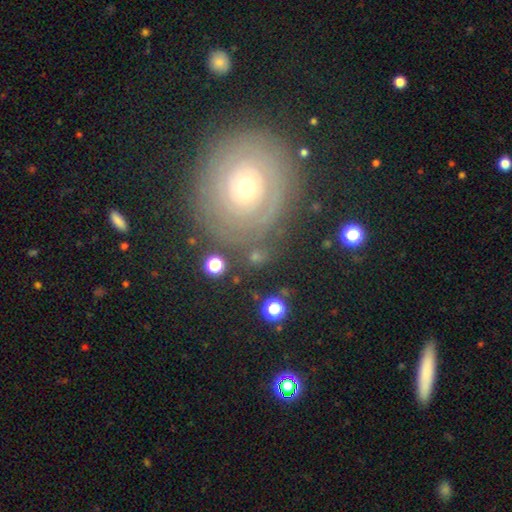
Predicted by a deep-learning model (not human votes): featured or disk 53%, smooth 32%, star or artifact 15%. Down the decision tree: edge-on disk — no (94%); bar — no (80%); spiral arms — yes (73%); bulge size — moderate (49%); merging — none (79%).